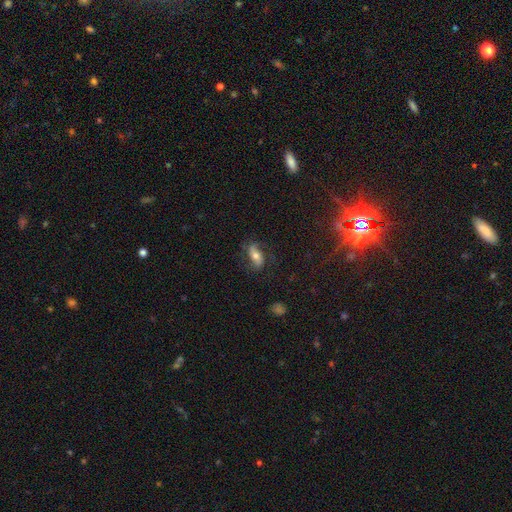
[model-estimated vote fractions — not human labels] Overall: smooth (46%; featured or disk 45%). Merging: none (69%).